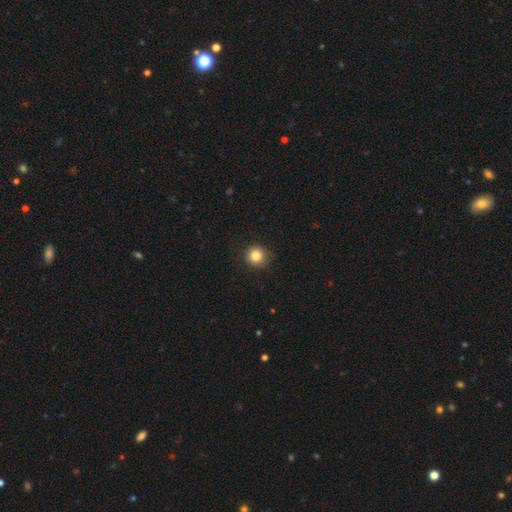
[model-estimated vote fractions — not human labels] Q: Smooth or featured?
A: smooth (85%); runner-up: star or artifact (11%)
Q: How rounded?
A: round (93%); runner-up: in between (6%)
Q: Merging?
A: none (90%); runner-up: minor disturbance (7%)